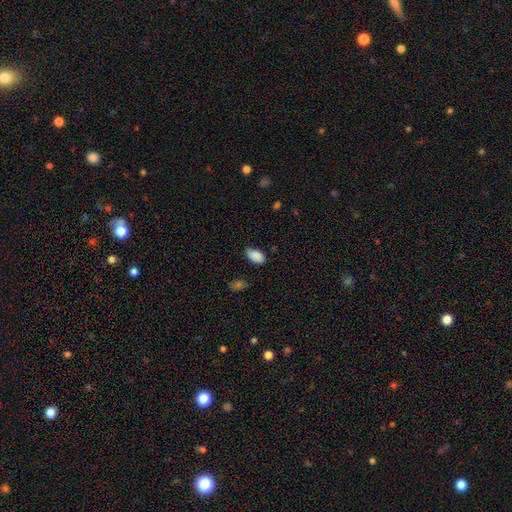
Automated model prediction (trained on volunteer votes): Smooth or featured: smooth — 88% (star or artifact — 8%)
How rounded: in between — 93% (round — 5%)
Merging: none — 62% (minor disturbance — 30%)